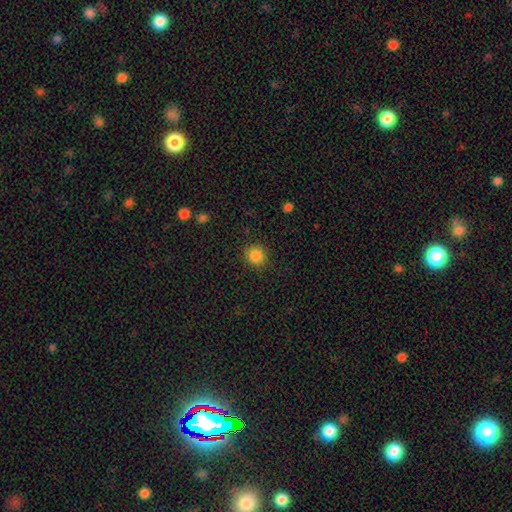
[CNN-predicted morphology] Overall: smooth (86%). How rounded: round (91%). Merging: none (90%).